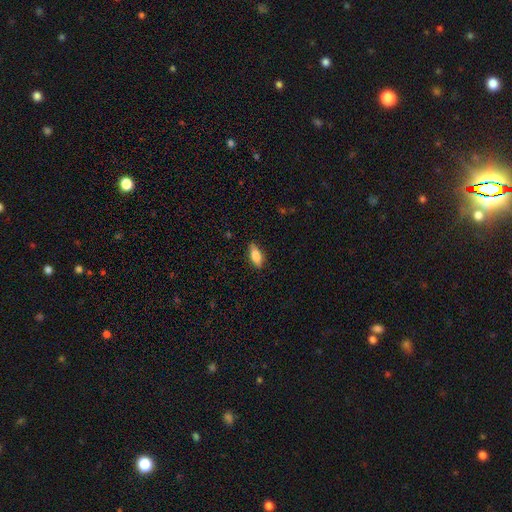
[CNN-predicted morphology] A smooth galaxy with no disk features (75%) that is in between round and cigar-shaped (75%).

Vote fractions:
- Smooth or featured? smooth: 75% / featured or disk: 19% / star or artifact: 7%
- How rounded? in between: 75% / cigar-shaped: 22% / round: 3%
- Merging? none: 85% / minor disturbance: 11% / major disturbance: 2% / merger: 1%